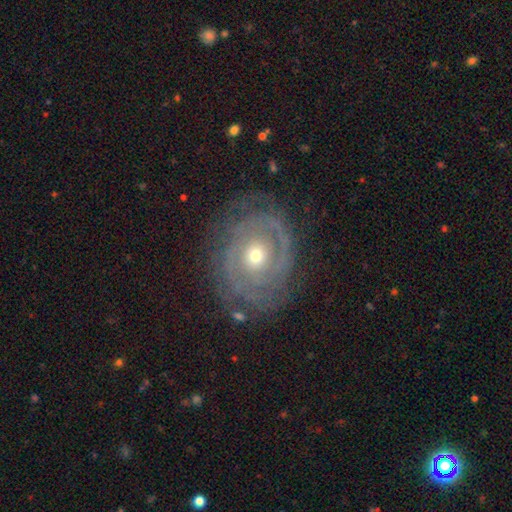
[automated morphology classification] Q: Smooth or featured?
A: featured or disk (82%); runner-up: smooth (12%)
Q: Edge-on disk?
A: no (96%); runner-up: yes (4%)
Q: Bar?
A: no (80%); runner-up: weak (15%)
Q: Spiral arms?
A: yes (87%); runner-up: no (13%)
Q: Spiral winding?
A: tight (72%); runner-up: medium (22%)
Q: Spiral arm count?
A: can't tell (36%); runner-up: 2 (30%)
Q: Bulge size?
A: small (49%); runner-up: moderate (46%)
Q: Merging?
A: none (73%); runner-up: minor disturbance (17%)